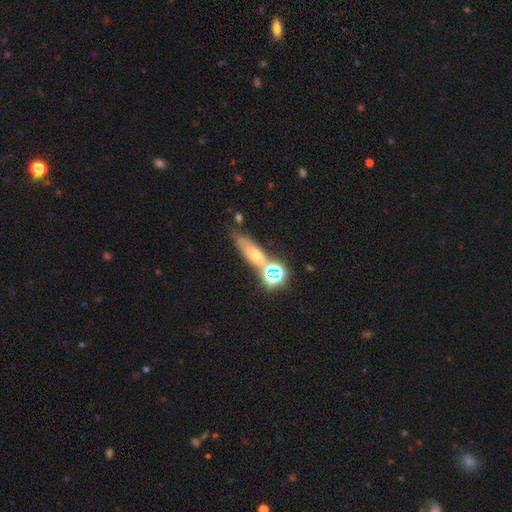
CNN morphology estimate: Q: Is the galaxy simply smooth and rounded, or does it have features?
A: smooth — 42%.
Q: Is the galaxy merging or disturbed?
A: none — 58%.